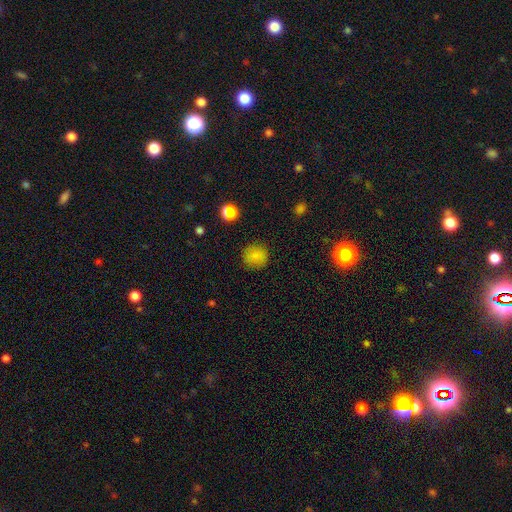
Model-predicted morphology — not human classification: Smooth or featured?
  - smooth: 82% *
  - star or artifact: 13%
  - featured or disk: 5%
How rounded?
  - round: 92% *
  - in between: 7%
  - cigar-shaped: 1%
Merging?
  - none: 88% *
  - minor disturbance: 8%
  - major disturbance: 3%
  - merger: 1%